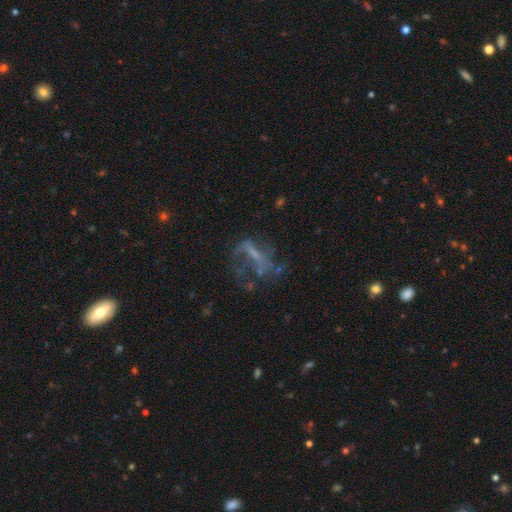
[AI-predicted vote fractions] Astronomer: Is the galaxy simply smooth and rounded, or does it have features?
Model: featured or disk — 56%.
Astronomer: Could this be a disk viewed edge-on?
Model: no — 89%.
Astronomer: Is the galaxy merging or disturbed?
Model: none — 38%, tied with major disturbance at 38%.